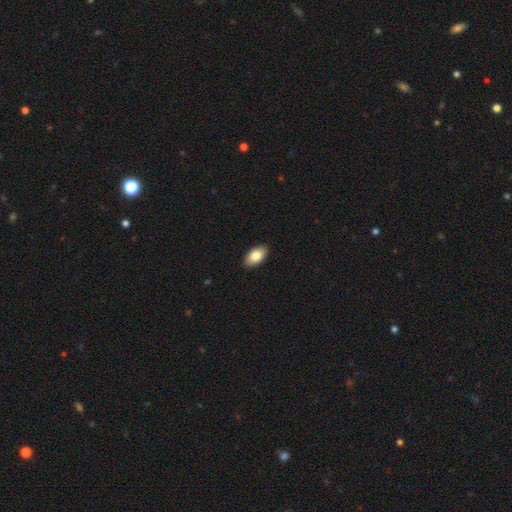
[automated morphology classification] Smooth or featured? Predicted: smooth (p=0.82). How rounded? Predicted: in between (p=0.94). Merging? Predicted: none (p=0.90).